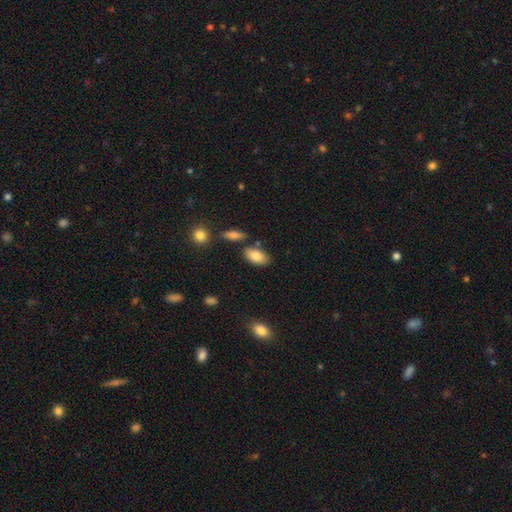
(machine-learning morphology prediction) Smooth or featured: smooth — 84% (featured or disk — 9%)
How rounded: in between — 92% (round — 4%)
Merging: none — 78% (minor disturbance — 12%)